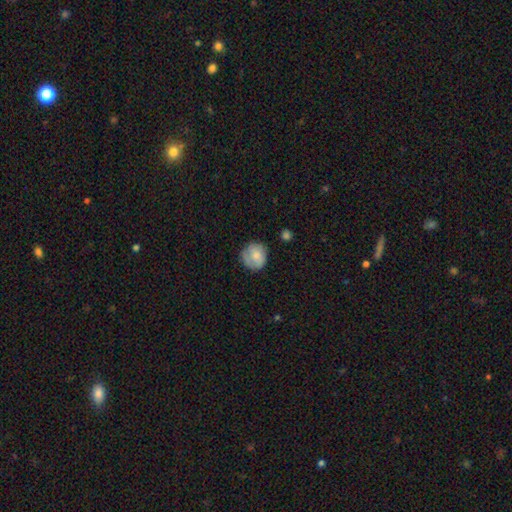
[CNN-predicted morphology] smooth 74%, featured or disk 19%, star or artifact 7%. Down the decision tree: how rounded — round (87%); merging — none (69%).